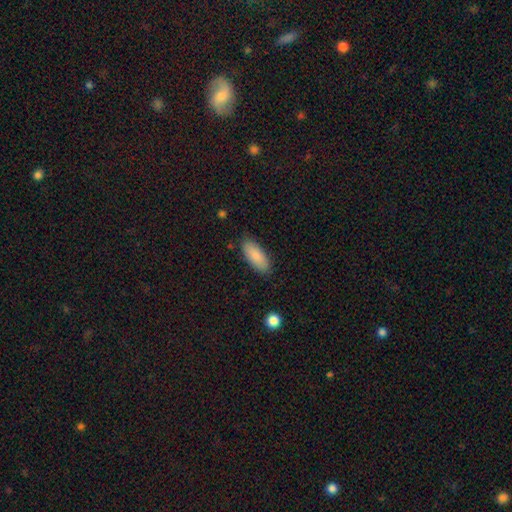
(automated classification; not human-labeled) This is clearly a smooth galaxy (86%). How rounded: clearly in between (83%). Merging: clearly none (84%).